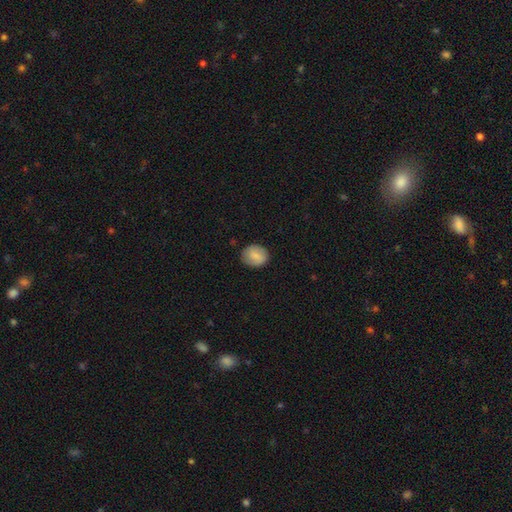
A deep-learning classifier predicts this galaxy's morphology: type=smooth (80%); roundness=round (65%); merging=none (84%).